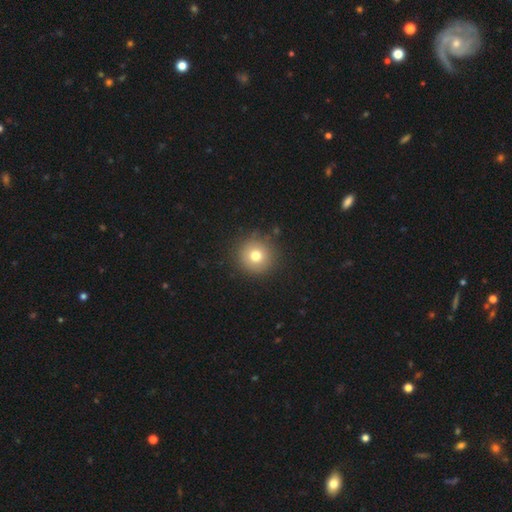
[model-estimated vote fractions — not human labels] Smooth or featured? Predicted: smooth (p=0.76). How rounded? Predicted: round (p=0.95). Merging? Predicted: none (p=0.90).